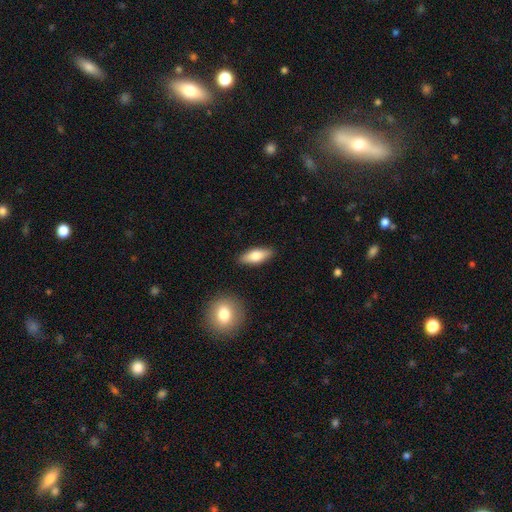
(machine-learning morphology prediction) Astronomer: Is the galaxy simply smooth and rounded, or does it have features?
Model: smooth — 72%.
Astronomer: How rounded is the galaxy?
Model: in between — 72%.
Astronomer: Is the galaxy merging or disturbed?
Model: none — 88%.